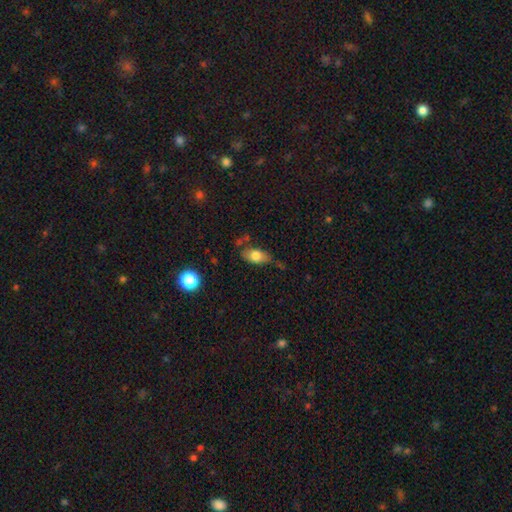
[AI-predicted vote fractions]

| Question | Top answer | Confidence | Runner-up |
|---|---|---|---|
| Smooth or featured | smooth | 73% | featured or disk (19%) |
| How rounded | in between | 85% | round (8%) |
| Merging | none | 55% | minor disturbance (28%) |